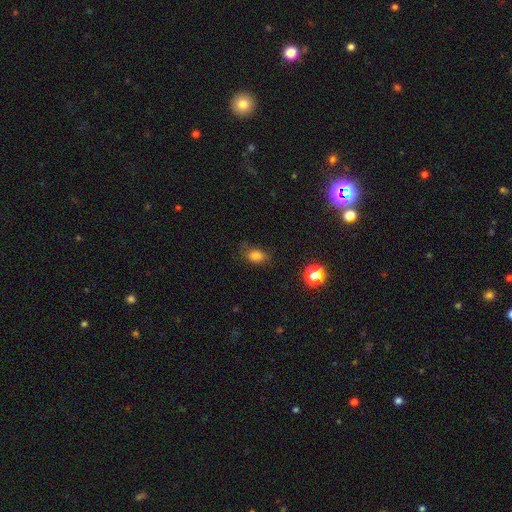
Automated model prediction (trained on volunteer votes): A smooth galaxy with no disk features (78%) that is in between round and cigar-shaped (73%). Merging: none (69%).